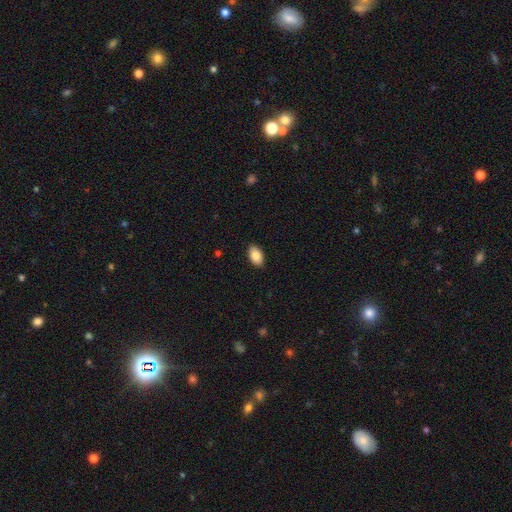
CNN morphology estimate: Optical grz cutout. It shows a smooth galaxy with no disk features (86%) that is in between round and cigar-shaped (93%). Merging: none (90%).